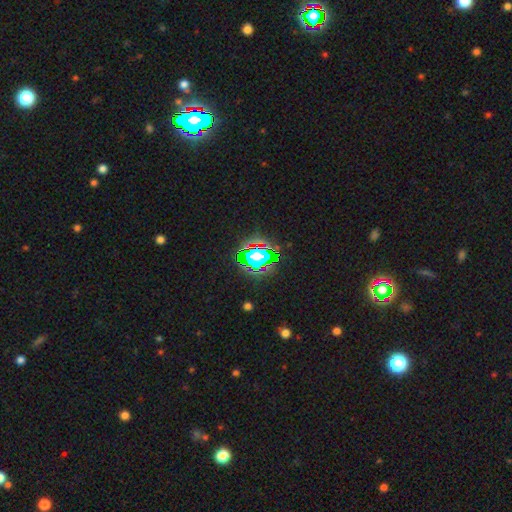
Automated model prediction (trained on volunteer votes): Smooth or featured? star or artifact (51%)